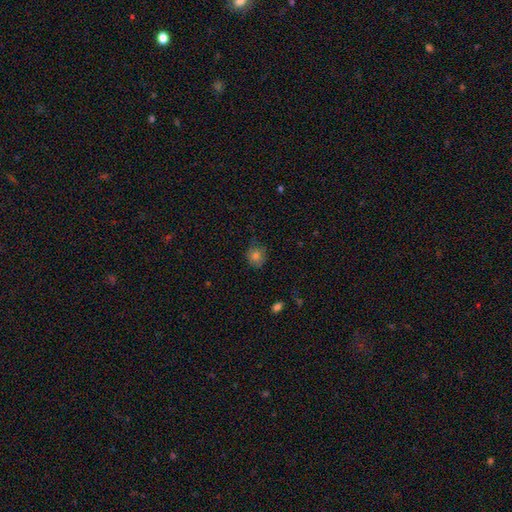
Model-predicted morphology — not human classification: The model was most divided on "merging": none: 73%, minor disturbance: 21%, major disturbance: 5%, merger: 1%. More confident: how rounded — round (80%); smooth or featured — smooth (78%).